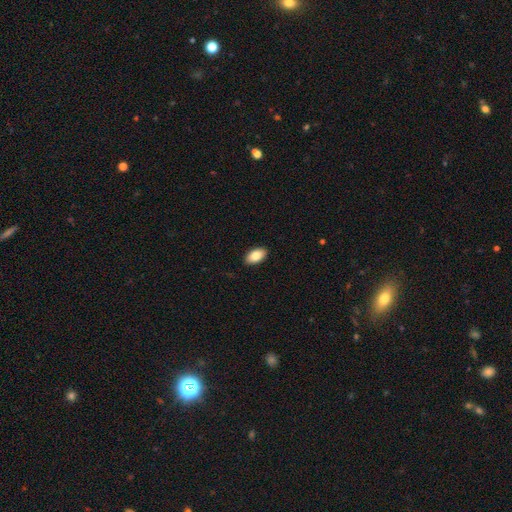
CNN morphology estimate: The model was most divided on "smooth or featured": smooth: 84%, featured or disk: 9%, star or artifact: 7%. More confident: how rounded — in between (94%); merging — none (90%).